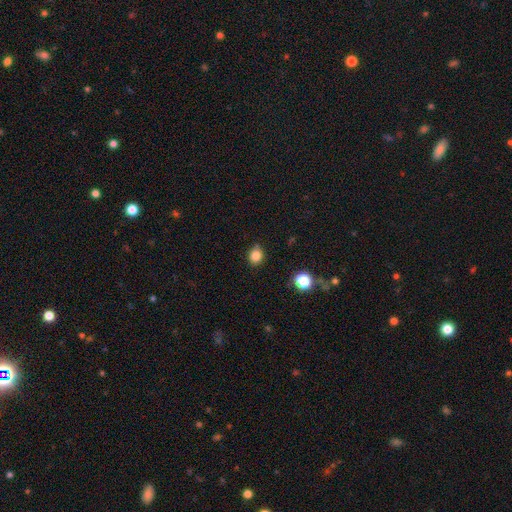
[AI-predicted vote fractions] Morphology: type=smooth (83%); roundness=round (69%); merging=none (81%).